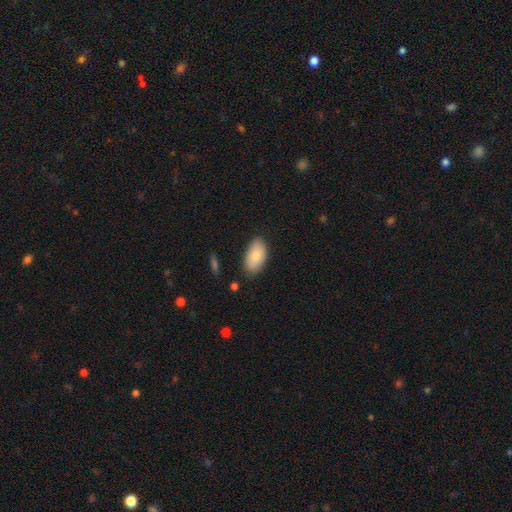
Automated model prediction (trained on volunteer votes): Smooth or featured? smooth (82%)
How rounded? in between (95%)
Merging? none (80%)